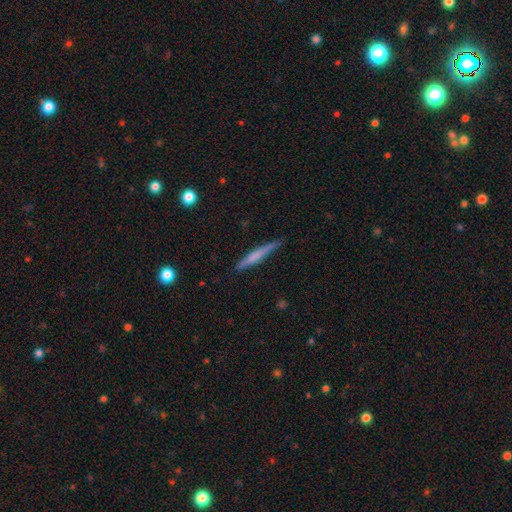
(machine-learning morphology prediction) A featured or disk galaxy (49%). Merging: none (86%).